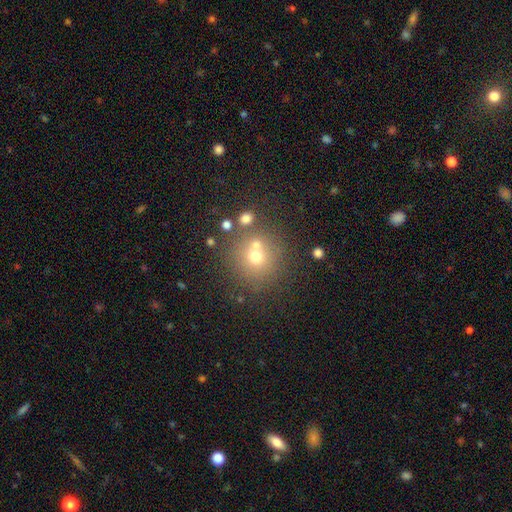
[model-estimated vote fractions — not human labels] Q: Smooth or featured?
A: smooth (65%); runner-up: star or artifact (18%)
Q: How rounded?
A: round (90%); runner-up: in between (9%)
Q: Merging?
A: none (63%); runner-up: merger (23%)